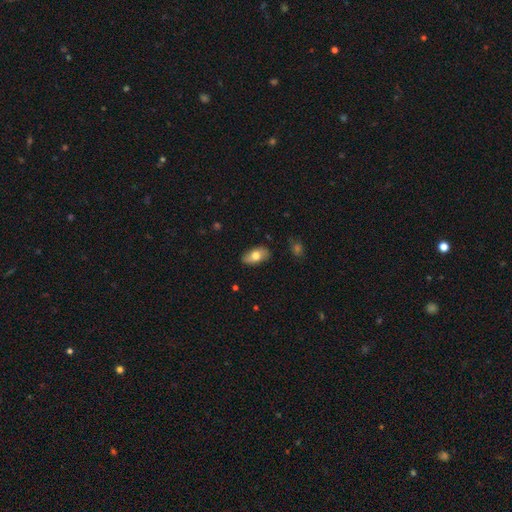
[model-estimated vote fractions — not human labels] Q: Smooth or featured?
A: smooth (72%); runner-up: featured or disk (21%)
Q: How rounded?
A: in between (91%); runner-up: round (5%)
Q: Merging?
A: none (81%); runner-up: minor disturbance (15%)